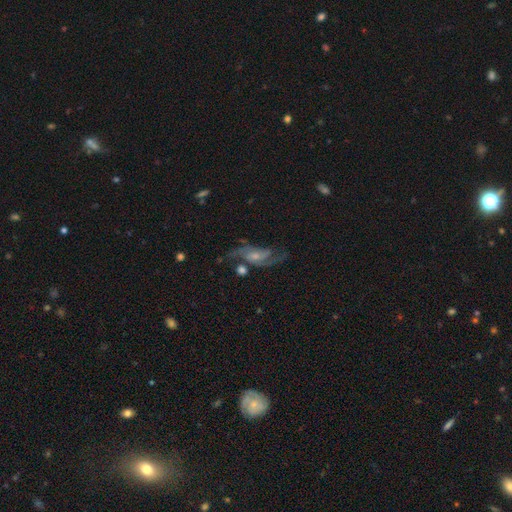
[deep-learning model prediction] Smooth or featured: featured or disk — 84% (smooth — 9%)
Edge-on disk: no — 96% (yes — 4%)
Bar: weak — 44% (no — 43%)
Spiral arms: yes — 96% (no — 4%)
Spiral winding: loose — 44% (tied with medium — 44%)
Spiral arm count: 2 — 85% (can't tell — 5%)
Bulge size: small — 54% (moderate — 31%)
Merging: none — 57% (minor disturbance — 18%)